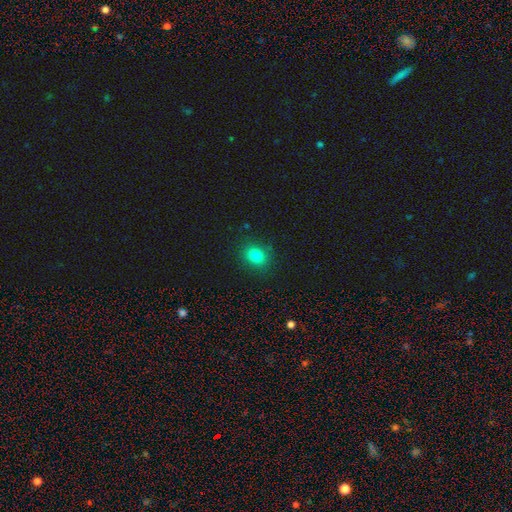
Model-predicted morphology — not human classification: Smooth or featured: smooth — 81% (star or artifact — 13%)
How rounded: round — 51% (in between — 48%)
Merging: none — 87% (minor disturbance — 9%)